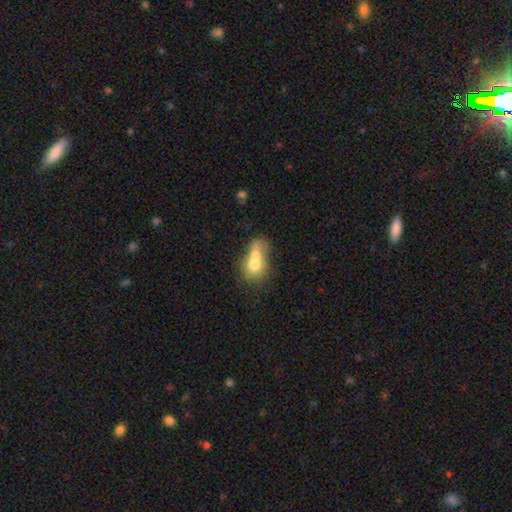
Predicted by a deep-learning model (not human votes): The model was most divided on "how rounded": in between: 54%, round: 43%, cigar-shaped: 2%. More confident: merging — merger (74%); smooth or featured — smooth (65%).